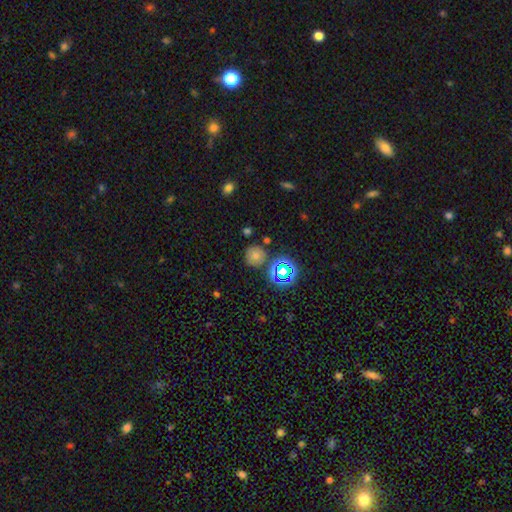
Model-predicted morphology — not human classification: This appears to be a smooth galaxy with no disk features (67%) that is round (91%). Merging: none (80%).